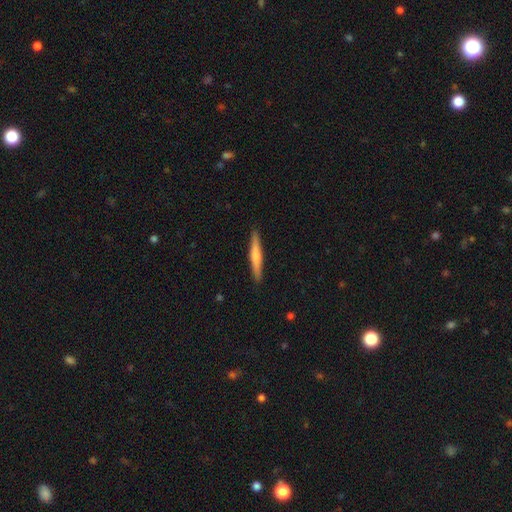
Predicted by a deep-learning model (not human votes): Smooth or featured? smooth (57%)
How rounded? cigar-shaped (94%)
Merging? none (91%)